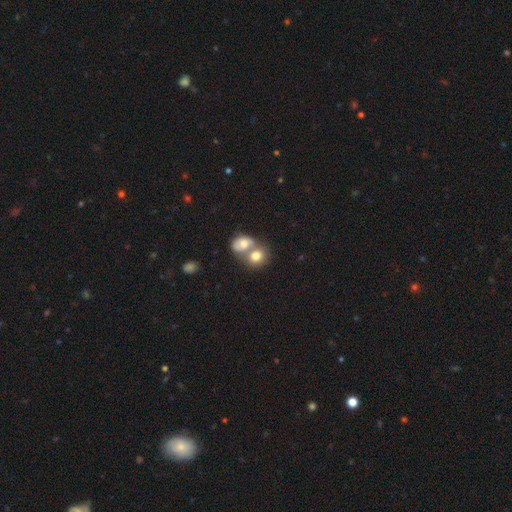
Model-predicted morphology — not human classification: Smooth or featured? smooth (74%)
How rounded? round (57%)
Merging? merger (65%)